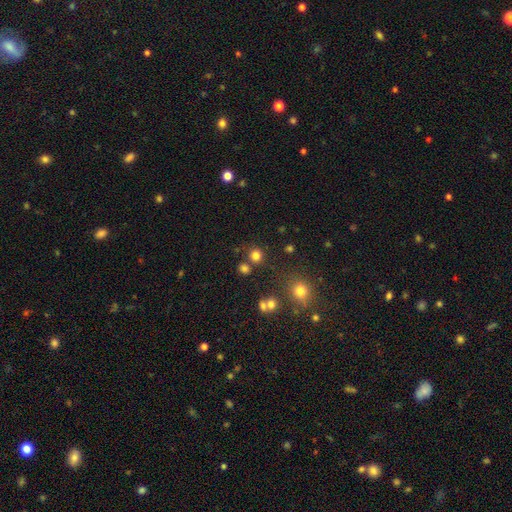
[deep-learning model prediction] The model was most divided on "smooth or featured": smooth: 78%, star or artifact: 17%, featured or disk: 5%. More confident: how rounded — round (91%); merging — none (78%).